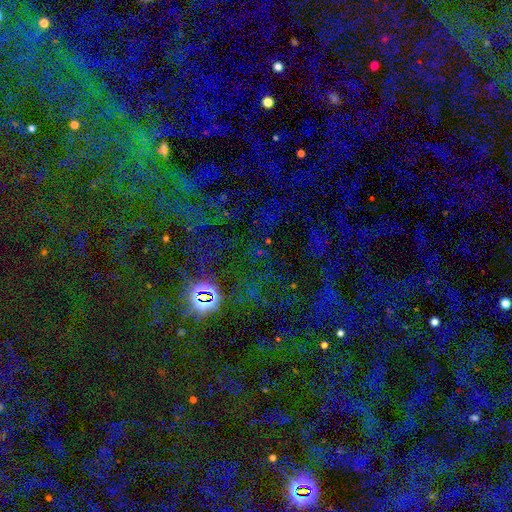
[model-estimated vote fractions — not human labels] Smooth or featured? star or artifact (76%)